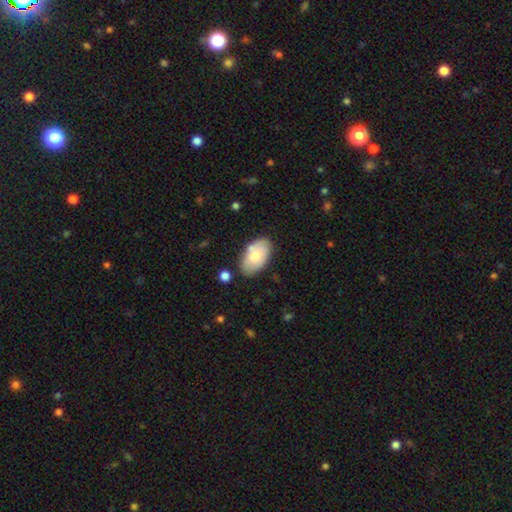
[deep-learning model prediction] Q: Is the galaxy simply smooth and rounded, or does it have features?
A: smooth — 75%.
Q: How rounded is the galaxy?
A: in between — 95%.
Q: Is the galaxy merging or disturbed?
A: none — 77%.